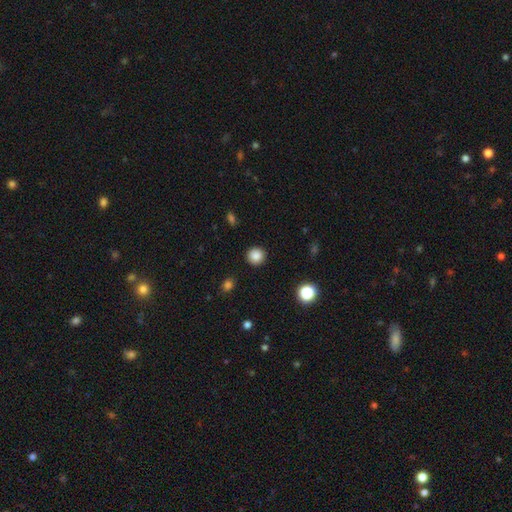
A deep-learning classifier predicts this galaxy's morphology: A smooth galaxy with no disk features (86%) that is round (94%). Merging: none (92%).